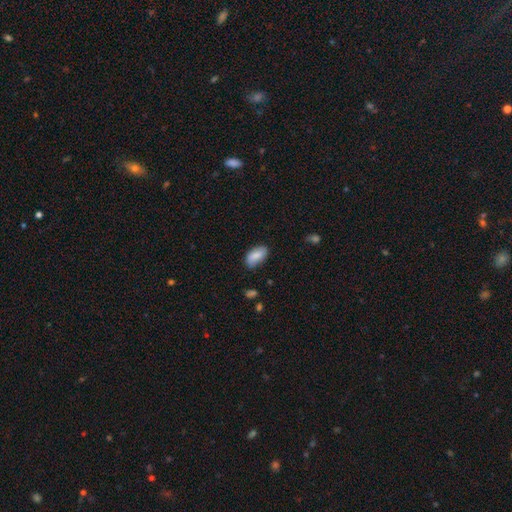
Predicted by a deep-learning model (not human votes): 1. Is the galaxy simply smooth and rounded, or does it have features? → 82% smooth, 12% featured or disk, 7% star or artifact.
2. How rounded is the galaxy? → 93% in between, 4% cigar-shaped, 3% round.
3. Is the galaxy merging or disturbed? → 74% none, 20% minor disturbance, 4% major disturbance, 2% merger.